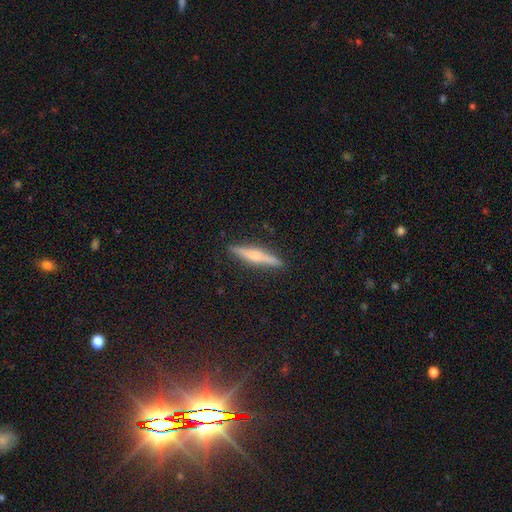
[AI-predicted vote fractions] Morphology: type=featured or disk (58%); edge-on=yes (97%); edge-on bulge=rounded (77%); merging=none (90%).